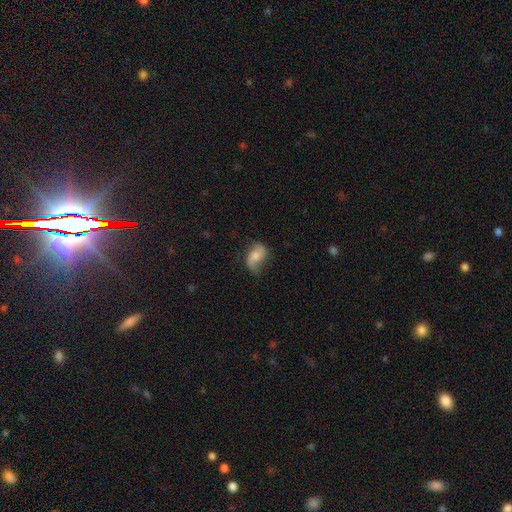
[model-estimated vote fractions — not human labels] smooth_or_featured: featured or disk (p=0.51) [alt: smooth p=0.40]
disk_edge_on: no (p=0.96) [alt: yes p=0.04]
merging: none (p=0.59) [alt: minor disturbance p=0.28]